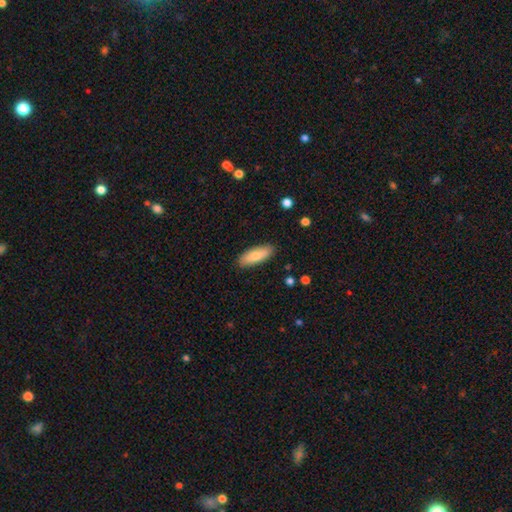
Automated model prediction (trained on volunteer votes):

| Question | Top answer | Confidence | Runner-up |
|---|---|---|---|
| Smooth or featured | smooth | 78% | featured or disk (16%) |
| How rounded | in between | 65% | cigar-shaped (33%) |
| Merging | none | 88% | minor disturbance (9%) |